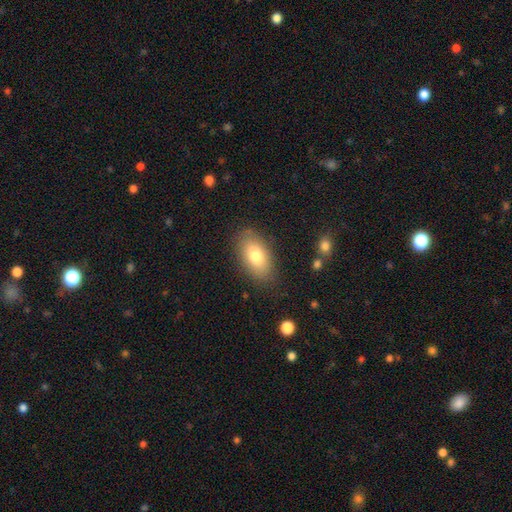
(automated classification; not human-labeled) The model was most divided on "smooth or featured": smooth: 77%, featured or disk: 16%, star or artifact: 8%. More confident: how rounded — in between (91%); merging — none (82%).